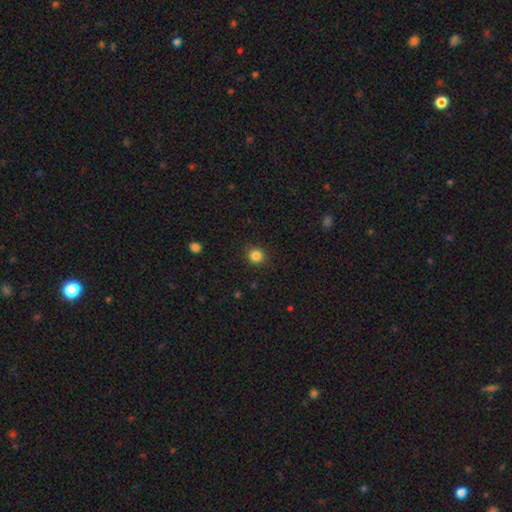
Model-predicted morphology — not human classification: A smooth galaxy with no disk features (85%) that is round (90%).

Vote fractions:
- Smooth or featured? smooth: 85% / star or artifact: 12% / featured or disk: 4%
- How rounded? round: 90% / in between: 9% / cigar-shaped: 1%
- Merging? none: 90% / minor disturbance: 7% / major disturbance: 2% / merger: 1%